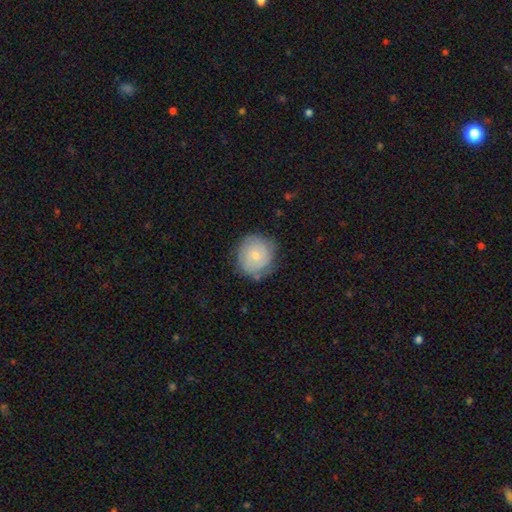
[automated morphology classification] smooth_or_featured: smooth (p=0.61) [alt: featured or disk p=0.32]
how_rounded: round (p=0.88) [alt: in between p=0.11]
merging: none (p=0.72) [alt: minor disturbance p=0.20]